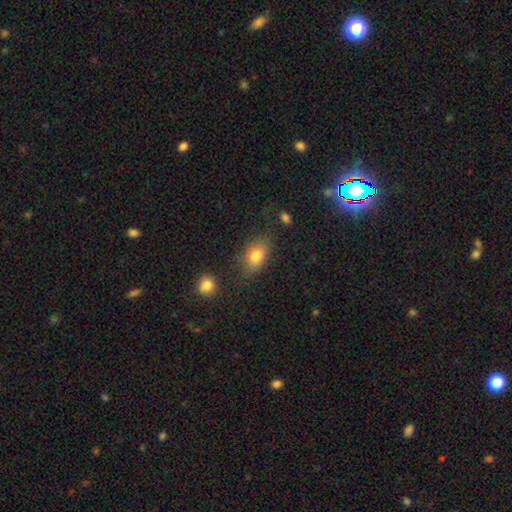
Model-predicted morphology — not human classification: This appears to be a smooth galaxy with no disk features (79%) that is in between round and cigar-shaped (84%). Merging: none (70%).